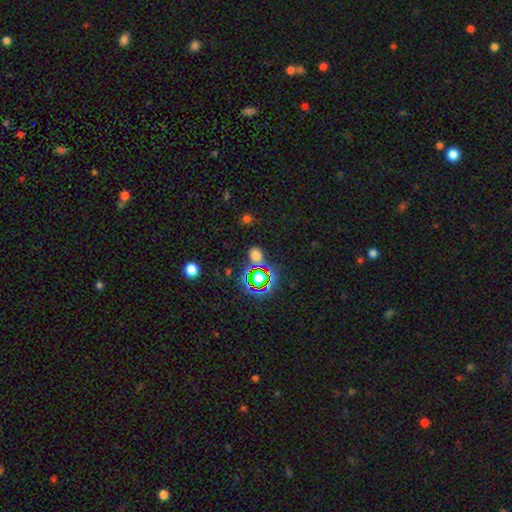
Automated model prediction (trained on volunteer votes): A smooth galaxy with no disk features (57%) that is round (59%).

Vote fractions:
- Smooth or featured? smooth: 57% / star or artifact: 35% / featured or disk: 7%
- How rounded? round: 59% / in between: 39% / cigar-shaped: 2%
- Merging? none: 73% / minor disturbance: 12% / merger: 9% / major disturbance: 6%